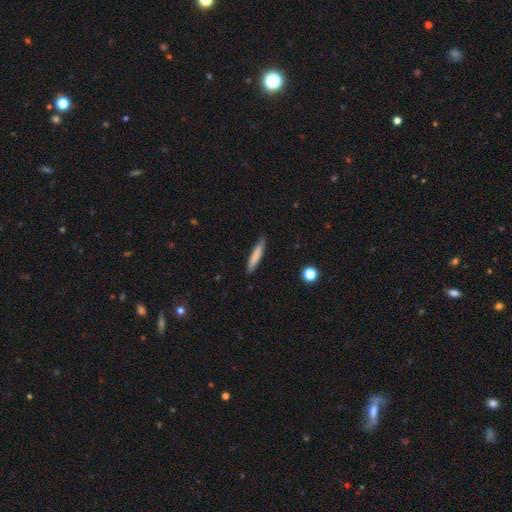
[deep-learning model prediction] Smooth or featured: smooth — 78% (featured or disk — 16%)
How rounded: cigar-shaped — 91% (in between — 8%)
Merging: none — 84% (minor disturbance — 13%)